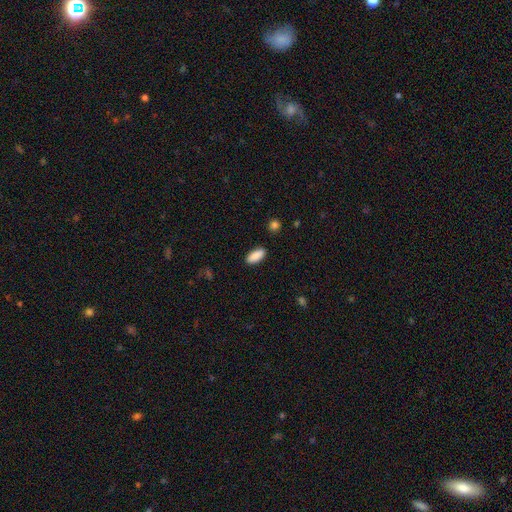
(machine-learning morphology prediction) Q: Smooth or featured?
A: smooth (89%); runner-up: star or artifact (7%)
Q: How rounded?
A: in between (84%); runner-up: cigar-shaped (14%)
Q: Merging?
A: none (88%); runner-up: minor disturbance (8%)